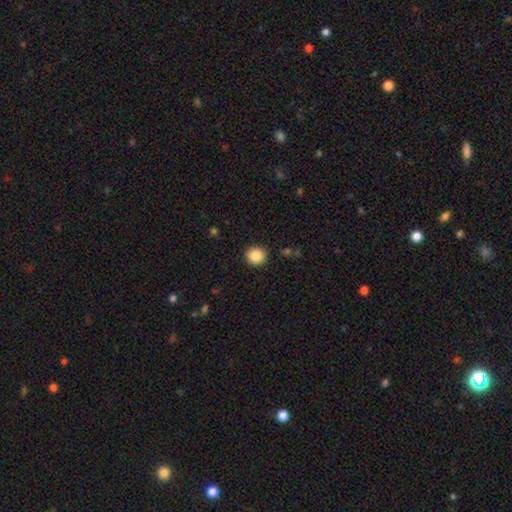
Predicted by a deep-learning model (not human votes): Morphology: type=smooth (87%); roundness=round (91%); merging=none (91%).